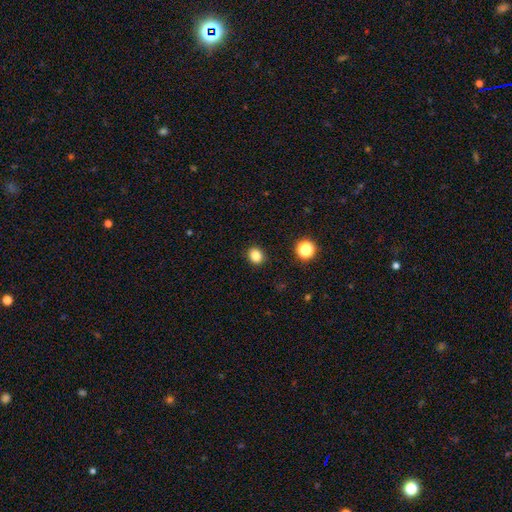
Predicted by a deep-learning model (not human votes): Smooth or featured? smooth (84%)
How rounded? round (70%)
Merging? none (90%)